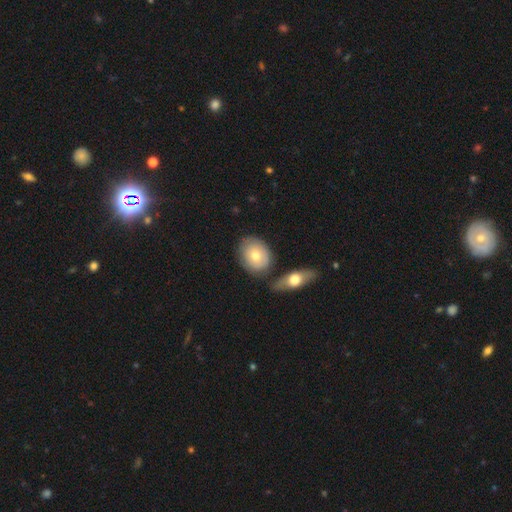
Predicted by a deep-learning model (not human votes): A smooth galaxy with no disk features (67%) that is in between round and cigar-shaped (55%). Merging: none (68%).